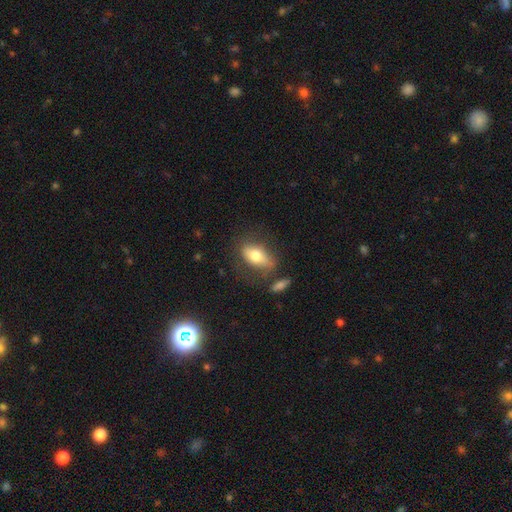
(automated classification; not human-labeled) Smooth or featured?
  - smooth: 66% *
  - featured or disk: 27%
  - star or artifact: 7%
How rounded?
  - in between: 84% *
  - cigar-shaped: 9%
  - round: 7%
Merging?
  - none: 65% *
  - minor disturbance: 19%
  - major disturbance: 9%
  - merger: 7%